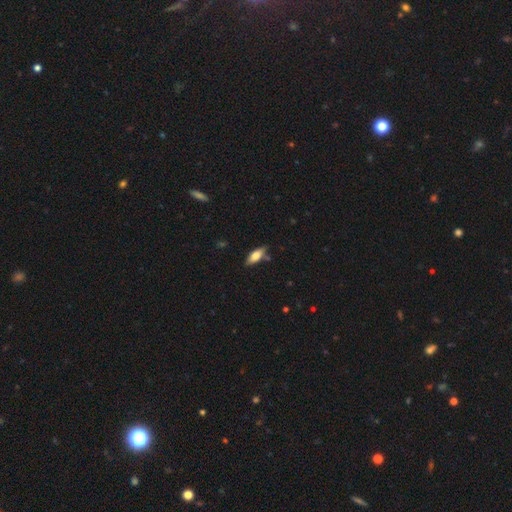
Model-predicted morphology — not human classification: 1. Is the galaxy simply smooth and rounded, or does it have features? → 70% smooth, 23% featured or disk, 7% star or artifact.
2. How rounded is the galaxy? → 73% in between, 25% cigar-shaped, 2% round.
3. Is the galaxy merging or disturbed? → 74% none, 18% minor disturbance, 5% merger, 3% major disturbance.